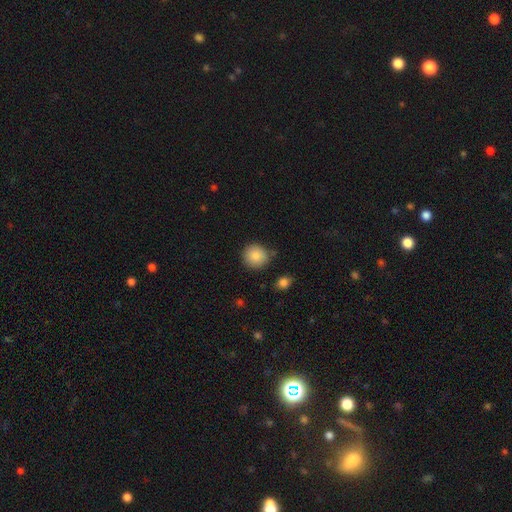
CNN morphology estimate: This is clearly a smooth galaxy (87%). How rounded: clearly round (92%). Merging: clearly none (83%).